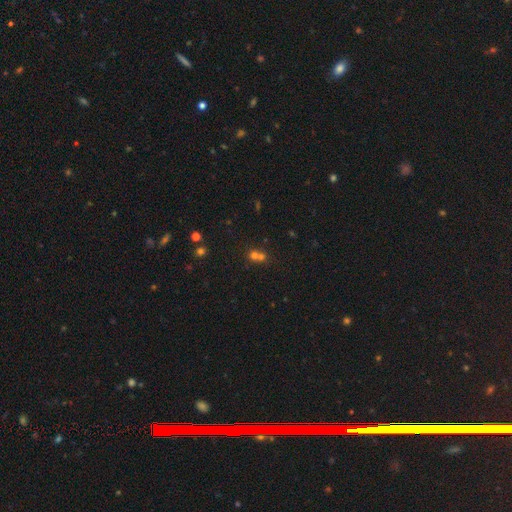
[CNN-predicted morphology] Q: Smooth or featured?
A: smooth (60%); runner-up: star or artifact (25%)
Q: How rounded?
A: round (83%); runner-up: in between (16%)
Q: Merging?
A: merger (53%); runner-up: none (39%)